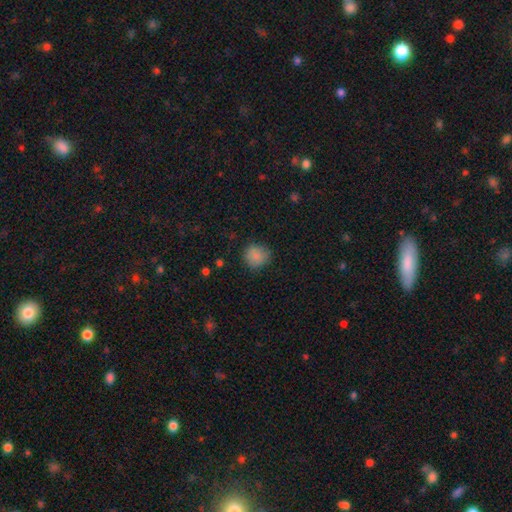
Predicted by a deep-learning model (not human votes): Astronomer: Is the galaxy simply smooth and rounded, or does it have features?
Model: smooth — 86%.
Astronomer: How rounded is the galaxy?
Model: round — 88%.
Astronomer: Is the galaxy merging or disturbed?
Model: none — 83%.